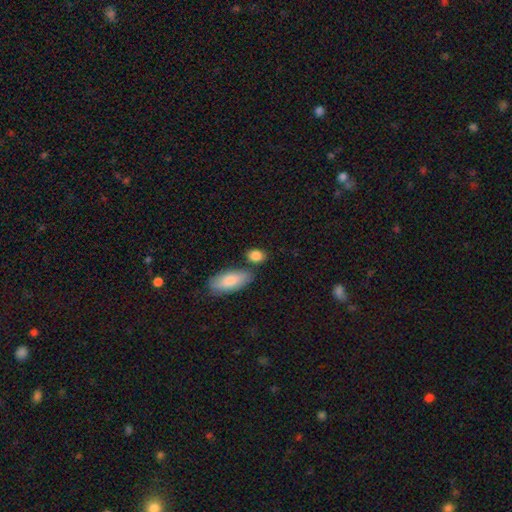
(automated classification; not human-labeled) The model was most divided on "how rounded": in between: 70%, round: 26%, cigar-shaped: 4%. More confident: smooth or featured — smooth (87%); merging — none (69%).